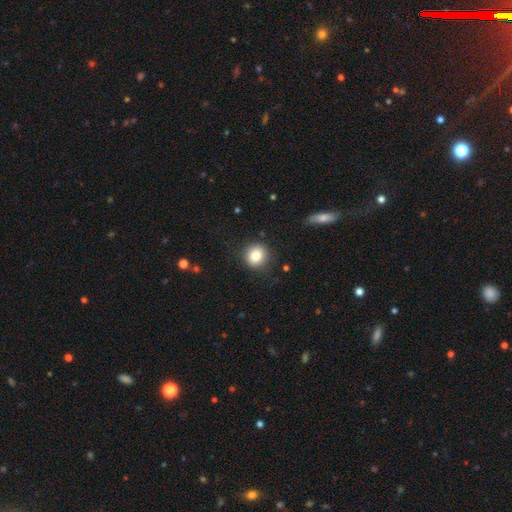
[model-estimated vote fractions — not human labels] A smooth galaxy with no disk features (83%) that is round (87%). Merging: none (87%).